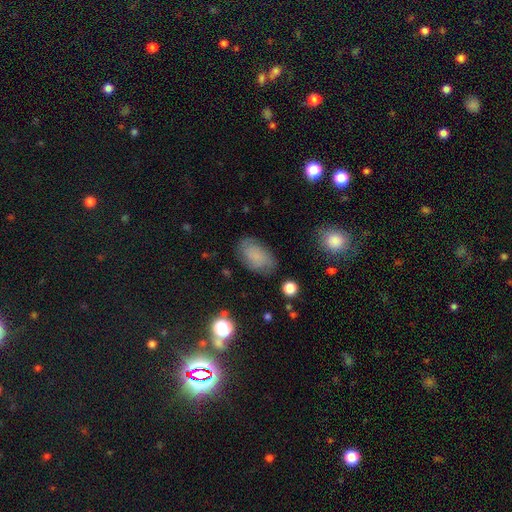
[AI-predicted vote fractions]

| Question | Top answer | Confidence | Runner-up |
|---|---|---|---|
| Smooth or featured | smooth | 61% | featured or disk (27%) |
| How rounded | in between | 91% | round (7%) |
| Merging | none | 76% | minor disturbance (17%) |